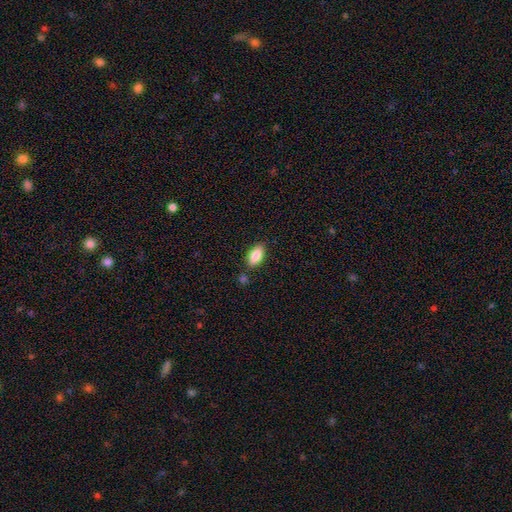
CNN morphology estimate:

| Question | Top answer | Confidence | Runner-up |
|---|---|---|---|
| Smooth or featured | smooth | 84% | featured or disk (9%) |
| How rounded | in between | 88% | cigar-shaped (10%) |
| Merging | none | 81% | minor disturbance (11%) |